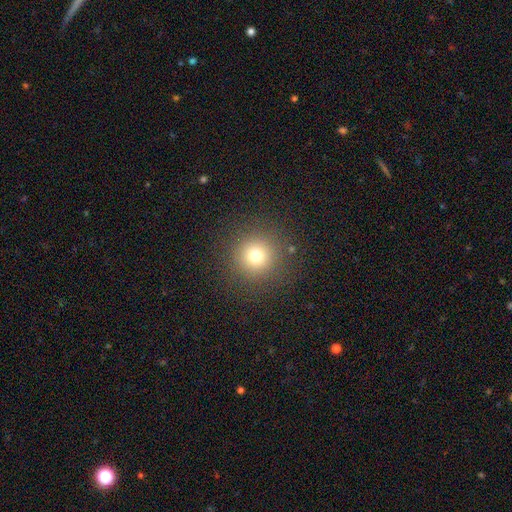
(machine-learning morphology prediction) This appears to be a smooth galaxy with no disk features (74%) that is round (95%). Merging: none (89%).